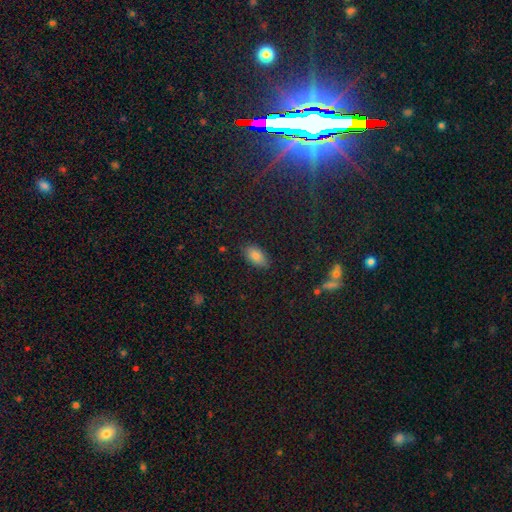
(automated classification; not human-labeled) Morphology: type=smooth (82%); roundness=in between (93%); merging=none (85%).